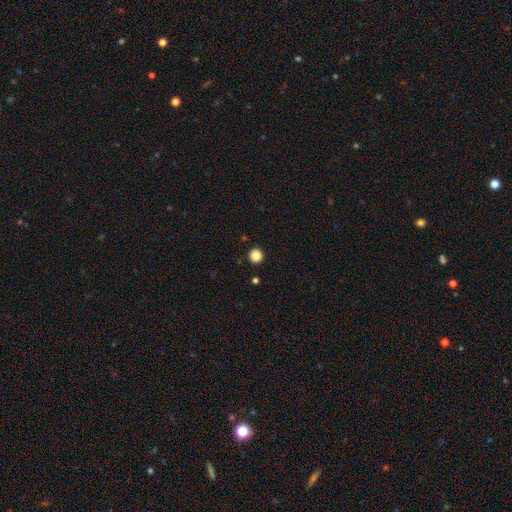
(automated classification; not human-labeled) This is clearly a smooth galaxy (85%). How rounded: clearly round (95%). Merging: clearly none (93%).